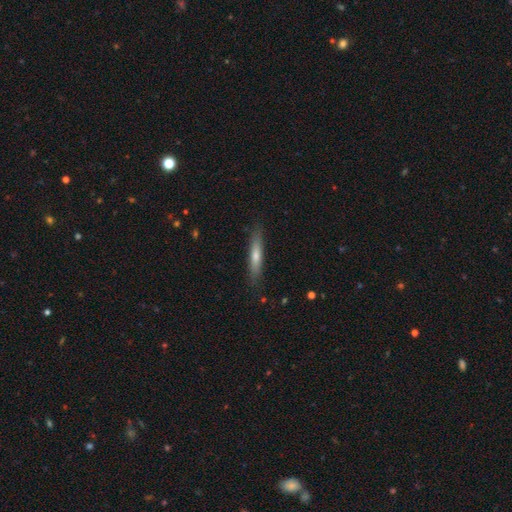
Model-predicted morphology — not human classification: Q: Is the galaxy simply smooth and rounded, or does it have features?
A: smooth — 57%.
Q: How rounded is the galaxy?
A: cigar-shaped — 91%.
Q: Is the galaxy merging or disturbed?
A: none — 87%.